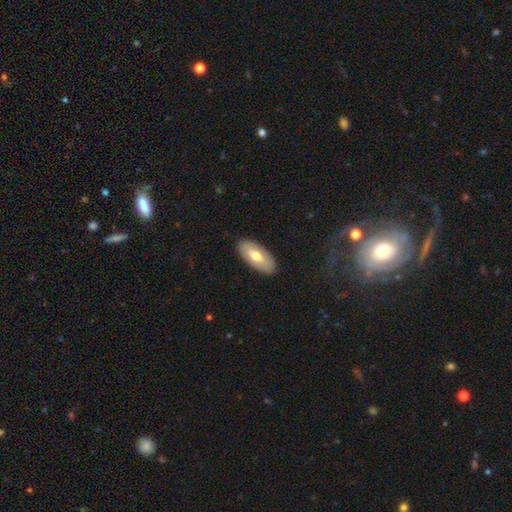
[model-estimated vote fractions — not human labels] smooth 59%, featured or disk 36%, star or artifact 5%. Down the decision tree: how rounded — in between (90%); merging — none (88%).